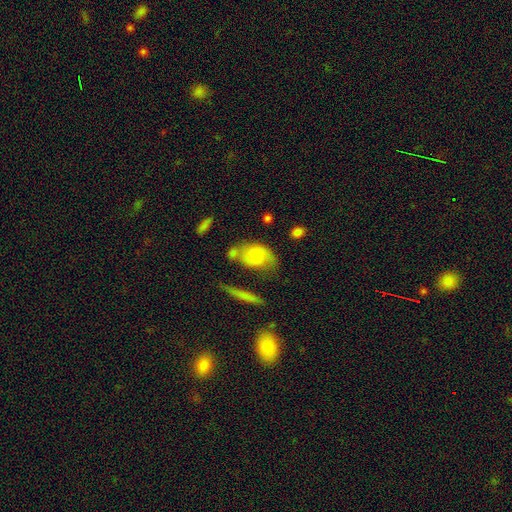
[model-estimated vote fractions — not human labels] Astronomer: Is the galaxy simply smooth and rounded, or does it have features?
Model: smooth — 64%.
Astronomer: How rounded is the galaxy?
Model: in between — 73%.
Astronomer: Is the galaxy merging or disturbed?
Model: none — 42% (runner-up: minor disturbance, 24%).